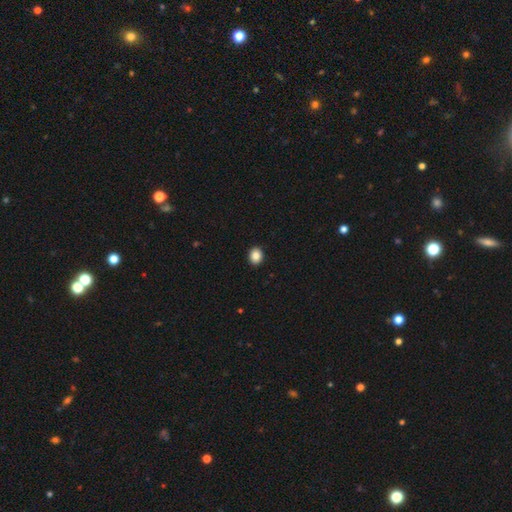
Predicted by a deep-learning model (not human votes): This appears to be a smooth galaxy with no disk features (86%) that is round (55%). Merging: none (93%).